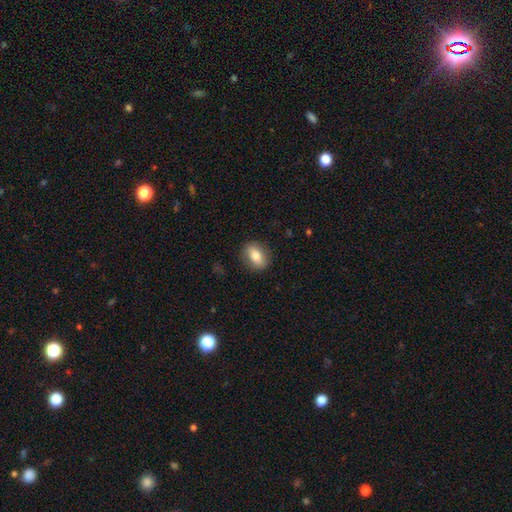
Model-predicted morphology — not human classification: smooth 74%, featured or disk 19%, star or artifact 7%. Down the decision tree: how rounded — in between (73%); merging — none (85%).